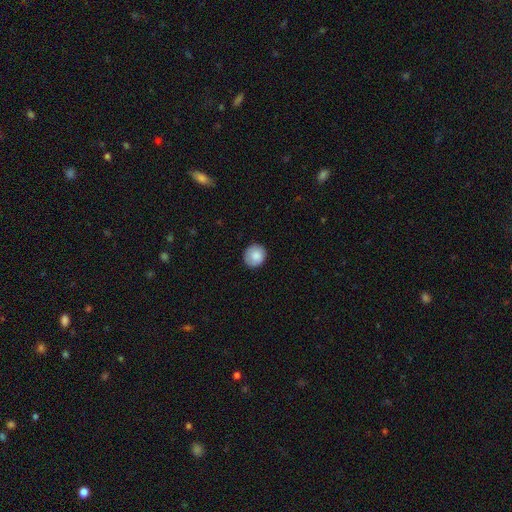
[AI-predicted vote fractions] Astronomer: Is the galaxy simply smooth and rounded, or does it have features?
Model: smooth — 86%.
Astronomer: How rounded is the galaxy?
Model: round — 90%.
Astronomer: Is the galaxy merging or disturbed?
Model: none — 87%.